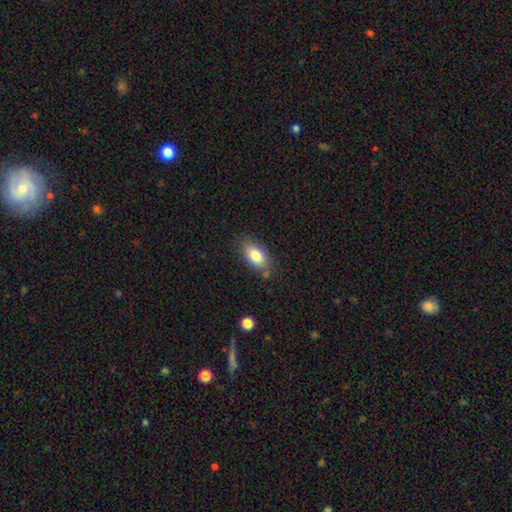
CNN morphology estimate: type=smooth (82%); roundness=in between (90%); merging=none (76%).